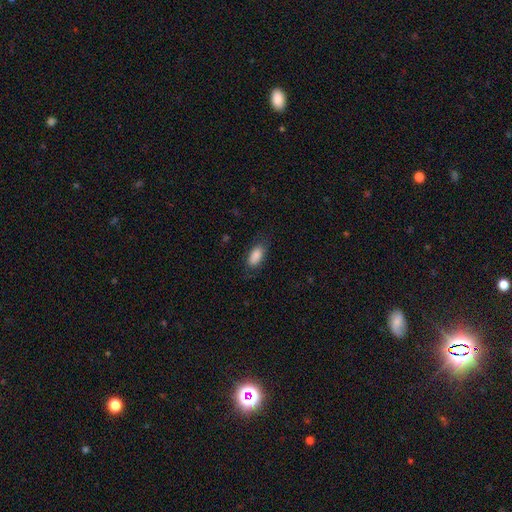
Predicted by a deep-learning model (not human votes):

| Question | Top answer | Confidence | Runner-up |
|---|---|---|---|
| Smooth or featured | smooth | 86% | featured or disk (7%) |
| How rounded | in between | 89% | cigar-shaped (8%) |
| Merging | none | 76% | minor disturbance (17%) |